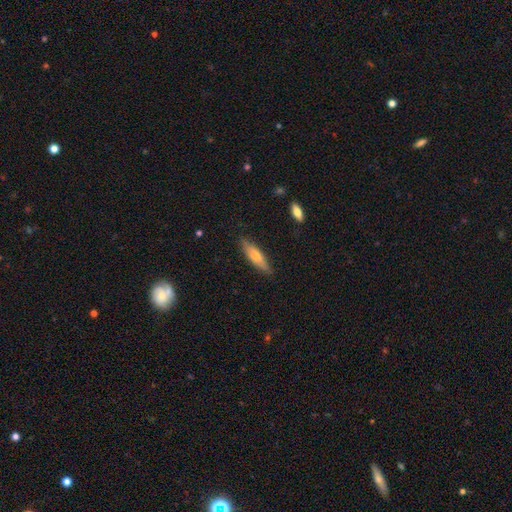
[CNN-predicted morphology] Smooth or featured: smooth — 59% (featured or disk — 34%)
How rounded: cigar-shaped — 72% (in between — 26%)
Merging: none — 87% (minor disturbance — 10%)